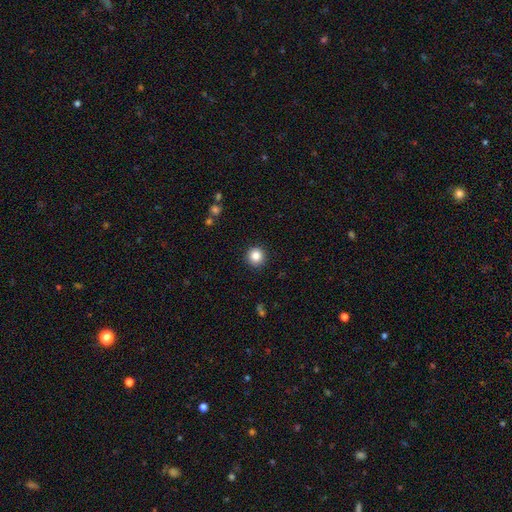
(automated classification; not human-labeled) A smooth galaxy with no disk features (85%) that is round (95%).

Vote fractions:
- Smooth or featured? smooth: 85% / star or artifact: 10% / featured or disk: 5%
- How rounded? round: 95% / in between: 4% / cigar-shaped: 1%
- Merging? none: 93% / minor disturbance: 5% / major disturbance: 2% / merger: 1%